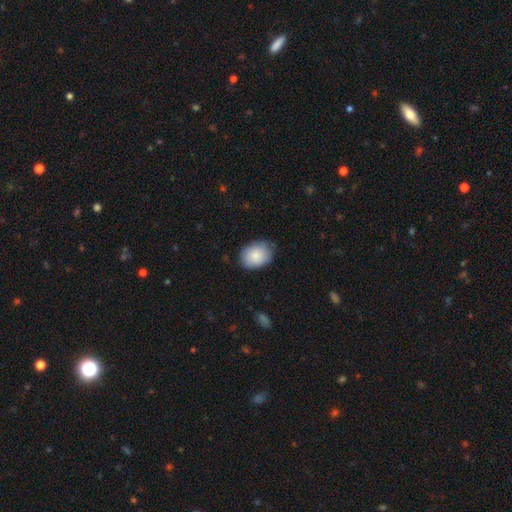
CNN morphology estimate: This is clearly a smooth galaxy (85%). How rounded: likely in between (69%). Merging: likely none (77%).